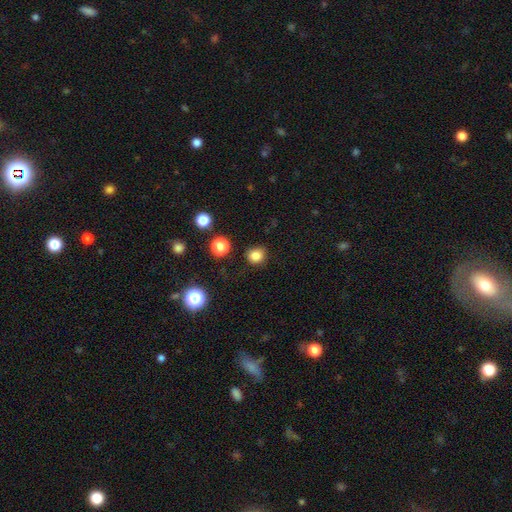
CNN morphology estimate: The model was most divided on "how rounded": round: 84%, in between: 15%, cigar-shaped: 1%. More confident: merging — none (84%); smooth or featured — smooth (83%).